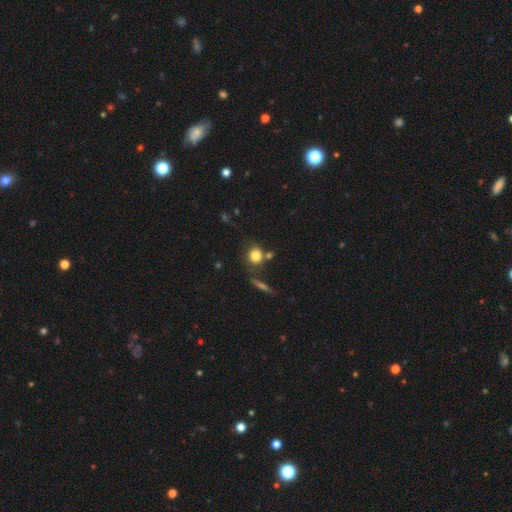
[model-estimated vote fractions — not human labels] smooth_or_featured: smooth (p=0.81) [alt: star or artifact p=0.10]
how_rounded: round (p=0.74) [alt: in between p=0.24]
merging: none (p=0.66) [alt: merger p=0.15]